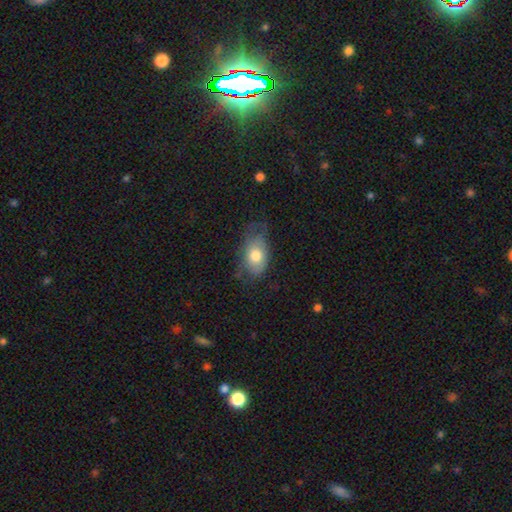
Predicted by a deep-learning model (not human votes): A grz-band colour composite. It shows a smooth galaxy with no disk features (67%) that is in between round and cigar-shaped (88%). Merging: none (48%).